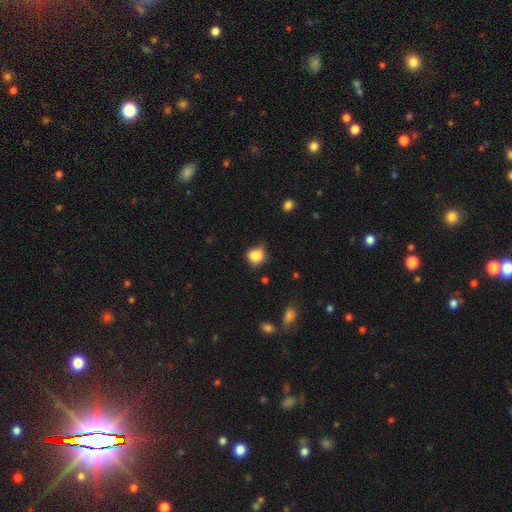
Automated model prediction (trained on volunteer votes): A smooth galaxy with no disk features (84%) that is round (79%).

Vote fractions:
- Smooth or featured? smooth: 84% / star or artifact: 10% / featured or disk: 6%
- How rounded? round: 79% / in between: 20% / cigar-shaped: 1%
- Merging? none: 57% / minor disturbance: 33% / major disturbance: 7% / merger: 3%